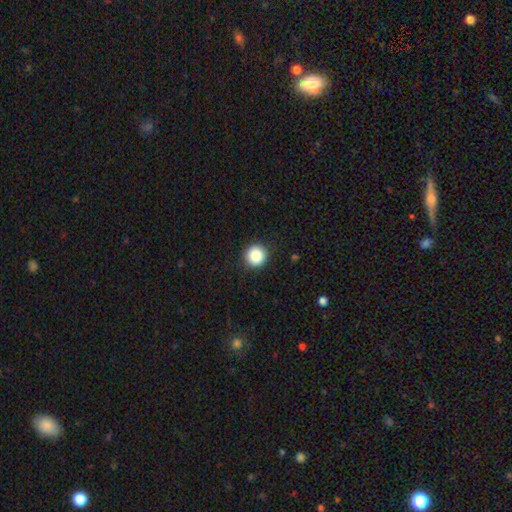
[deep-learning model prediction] The model was most divided on "smooth or featured": smooth: 86%, star or artifact: 10%, featured or disk: 5%. More confident: how rounded — round (95%); merging — none (92%).